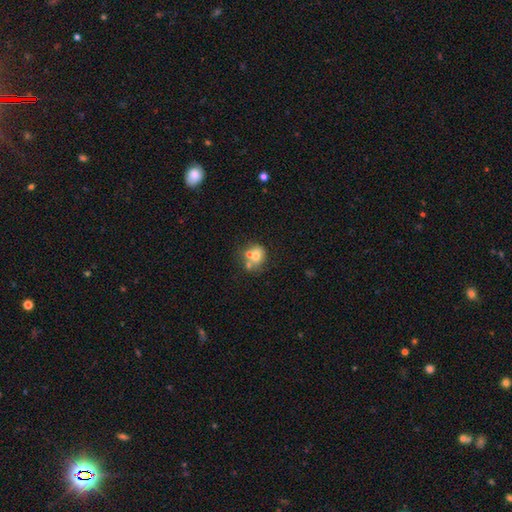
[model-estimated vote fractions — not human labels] Morphology: type=smooth (61%); roundness=round (69%); merging=merger (46%).